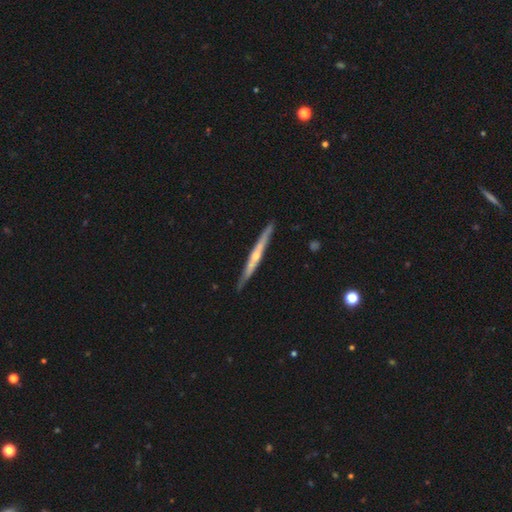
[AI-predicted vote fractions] Q: Smooth or featured?
A: featured or disk (71%); runner-up: smooth (23%)
Q: Edge-on disk?
A: yes (96%); runner-up: no (4%)
Q: Edge-on bulge?
A: rounded (71%); runner-up: none (26%)
Q: Merging?
A: none (89%); runner-up: minor disturbance (9%)